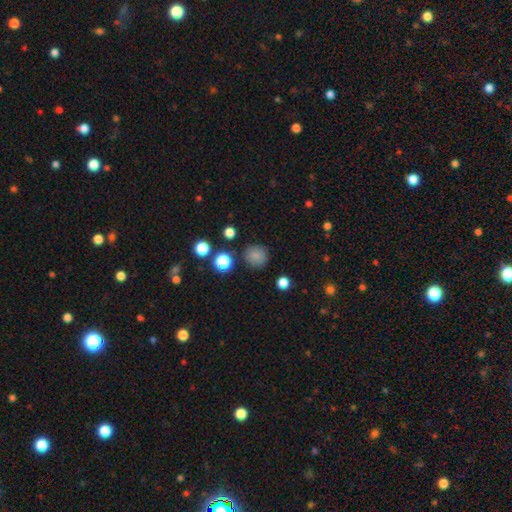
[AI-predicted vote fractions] This appears to be a smooth galaxy with no disk features (82%) that is round (90%). Merging: none (84%).